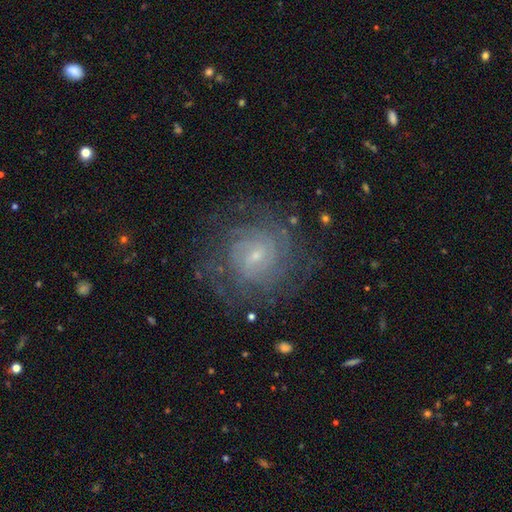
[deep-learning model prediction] This appears to be a featured or disk galaxy (82%) with a weak bar (49%), tight (72%) spiral arms (95%) and a small central bulge (80%). Merging: none (76%).